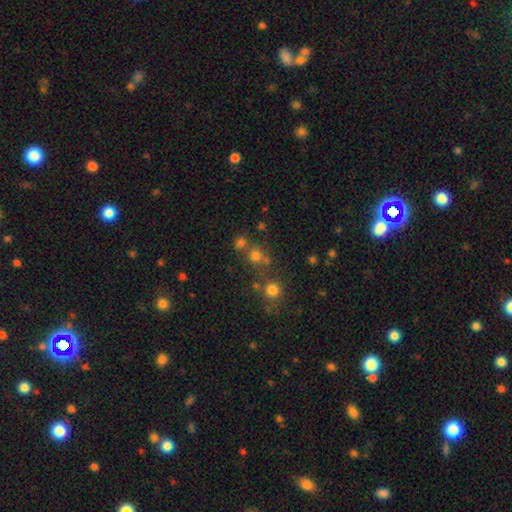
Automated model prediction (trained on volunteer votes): Smooth or featured: smooth — 67% (star or artifact — 23%)
How rounded: round — 88% (in between — 10%)
Merging: none — 62% (merger — 26%)